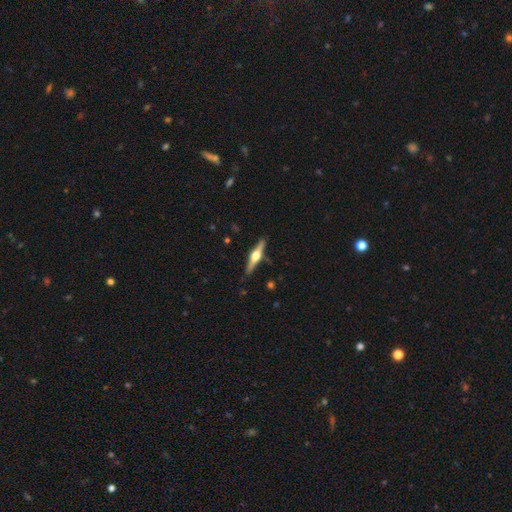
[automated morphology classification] type=featured or disk (75%); edge-on=yes (98%); edge-on bulge=rounded (94%); merging=none (89%).